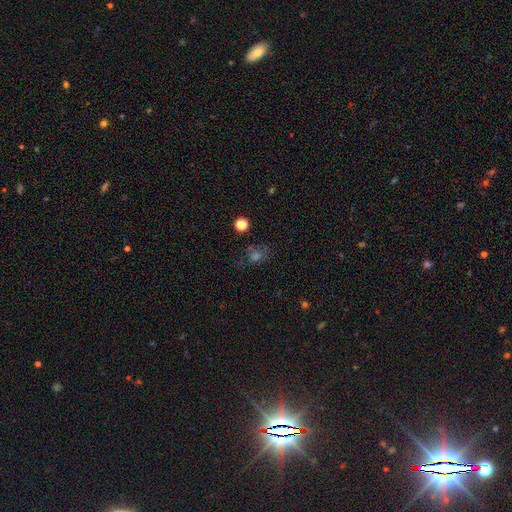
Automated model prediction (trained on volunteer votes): This appears to be a smooth galaxy with no disk features (41%). Merging: none (62%).